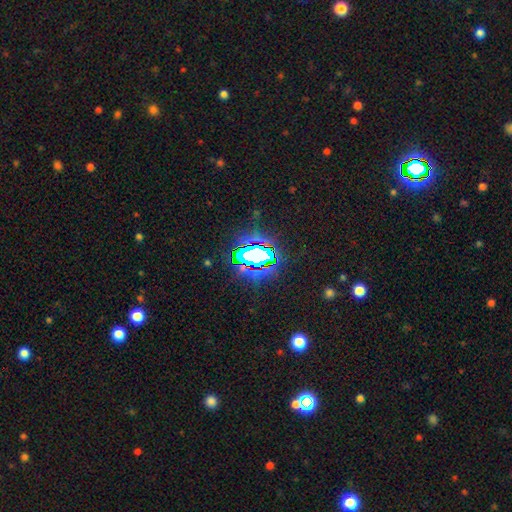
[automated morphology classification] Smooth or featured?
  - star or artifact: 66% *
  - smooth: 20%
  - featured or disk: 14%